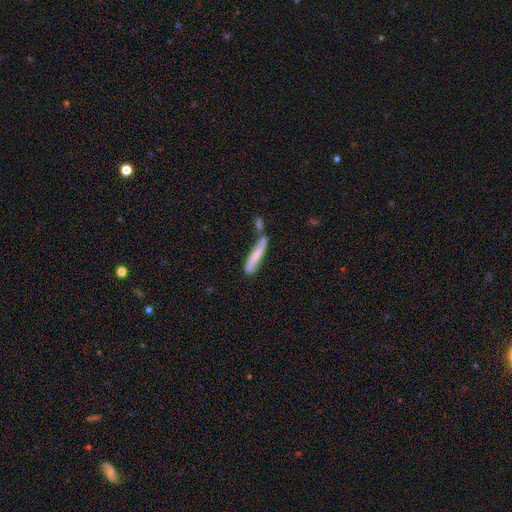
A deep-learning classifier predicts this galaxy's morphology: Overall: smooth (54%; featured or disk 40%). How rounded: cigar-shaped (89%). Merging: none (45%; merger 26%).